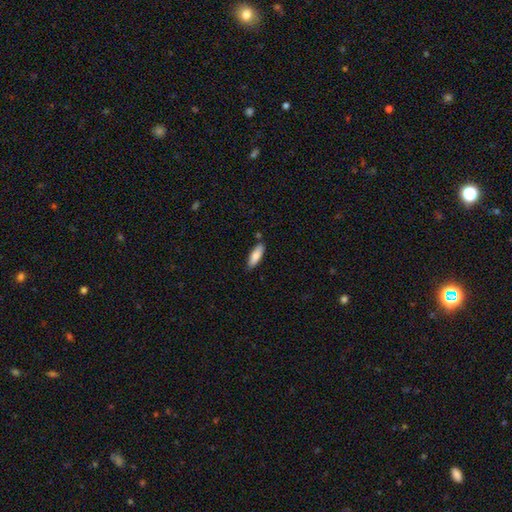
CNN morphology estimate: smooth_or_featured: smooth (p=0.84) [alt: featured or disk p=0.10]
how_rounded: in between (p=0.60) [alt: cigar-shaped p=0.39]
merging: none (p=0.81) [alt: minor disturbance p=0.13]